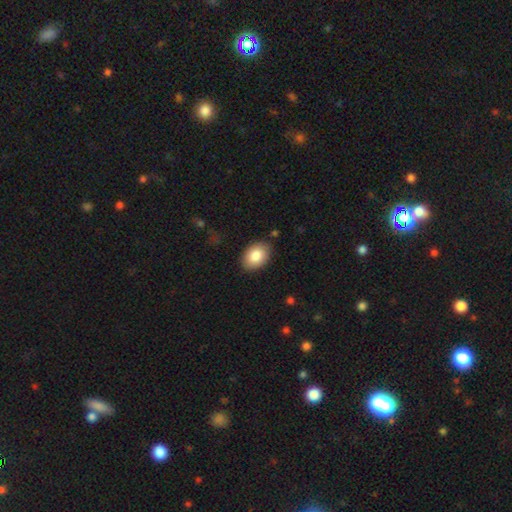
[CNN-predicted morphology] Q: Smooth or featured?
A: smooth (85%); runner-up: featured or disk (9%)
Q: How rounded?
A: in between (84%); runner-up: round (15%)
Q: Merging?
A: none (86%); runner-up: minor disturbance (10%)